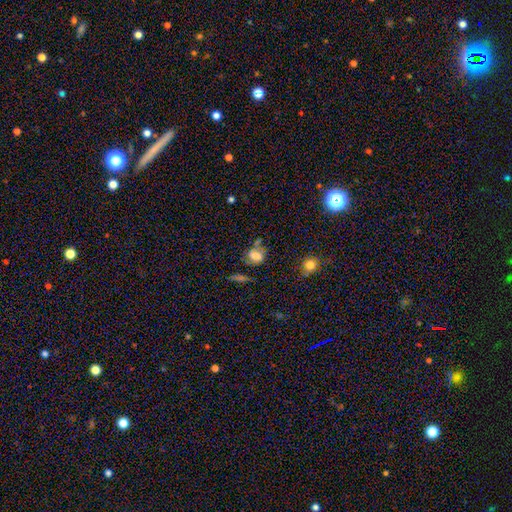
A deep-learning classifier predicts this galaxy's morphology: Smooth or featured? Predicted: smooth (p=0.63). How rounded? Predicted: in between (p=0.59). Merging? Predicted: none (p=0.53).